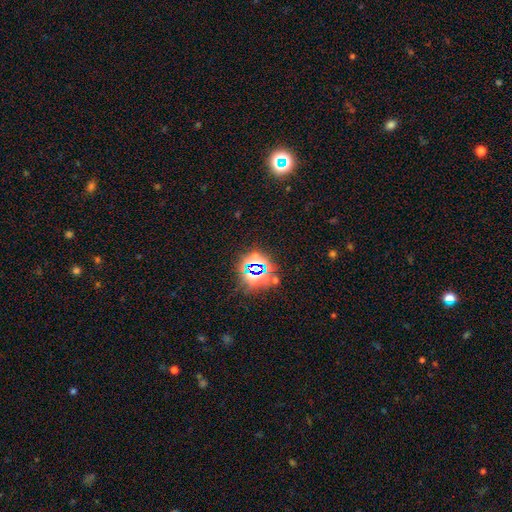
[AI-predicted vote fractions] The model was most divided on "smooth or featured": star or artifact: 75%, smooth: 16%, featured or disk: 9%.